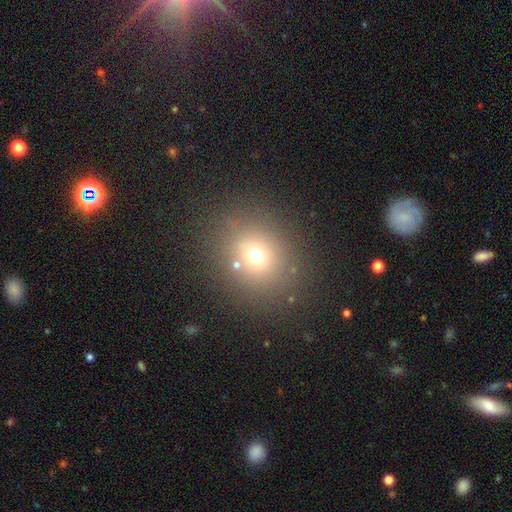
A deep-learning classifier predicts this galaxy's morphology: smooth 66%, star or artifact 22%, featured or disk 12%. Down the decision tree: how rounded — round (77%); merging — none (81%).